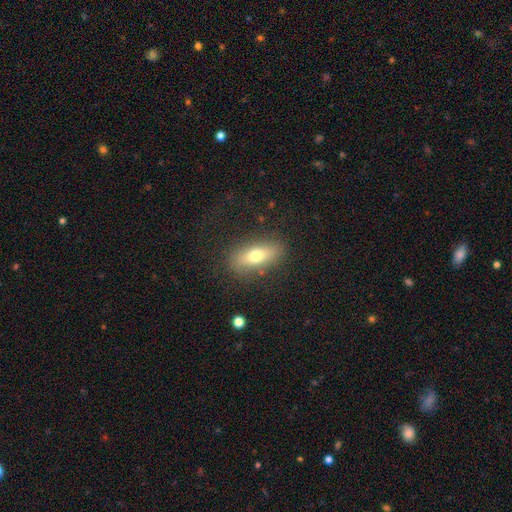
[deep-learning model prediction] Smooth or featured? smooth (68%)
How rounded? in between (72%)
Merging? none (83%)